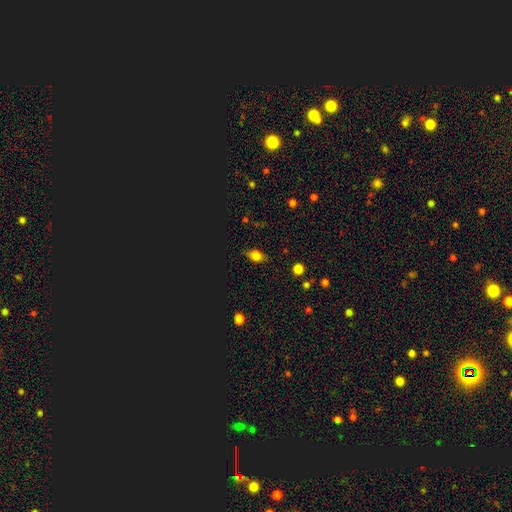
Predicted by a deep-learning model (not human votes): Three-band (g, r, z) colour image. It shows a smooth galaxy with no disk features (72%) that is in between round and cigar-shaped (73%). Merging: none (74%).